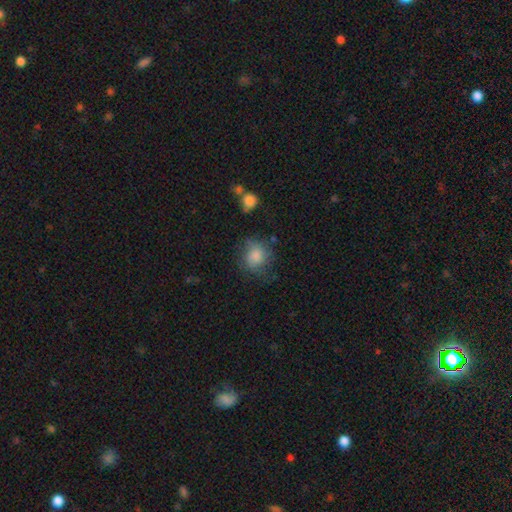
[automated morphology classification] smooth-or-featured: smooth: 74% | featured or disk: 17% | star or artifact: 9%
  how-rounded: round: 71% | in between: 28% | cigar-shaped: 1%
  merging: none: 55% | minor disturbance: 26% | major disturbance: 16% | merger: 3%